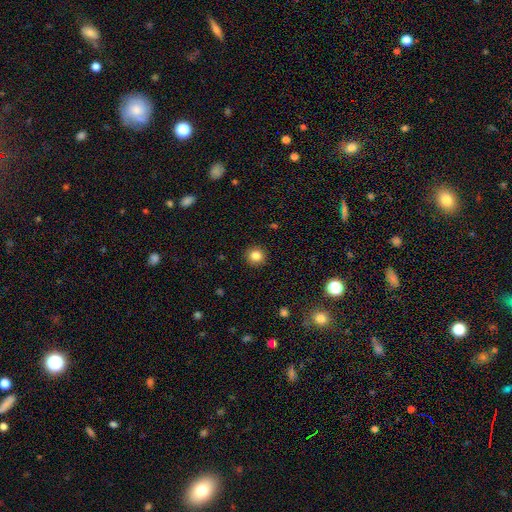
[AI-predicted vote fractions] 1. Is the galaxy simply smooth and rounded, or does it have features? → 84% smooth, 11% star or artifact, 6% featured or disk.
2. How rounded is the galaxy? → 91% round, 8% in between, 1% cigar-shaped.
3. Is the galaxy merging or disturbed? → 92% none, 6% minor disturbance, 2% major disturbance, 1% merger.